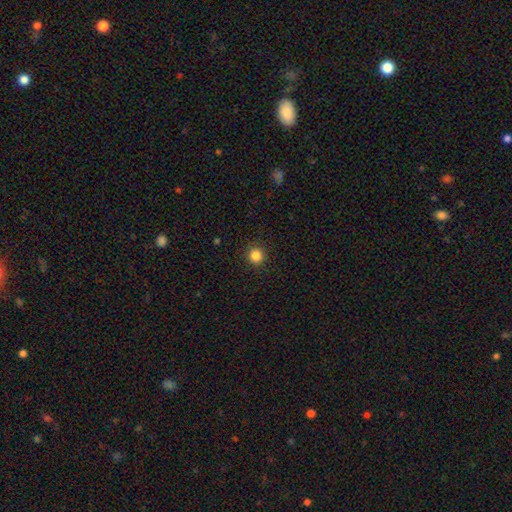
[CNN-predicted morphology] smooth_or_featured: smooth (p=0.84) [alt: star or artifact p=0.12]
how_rounded: round (p=0.95) [alt: in between p=0.05]
merging: none (p=0.91) [alt: minor disturbance p=0.06]